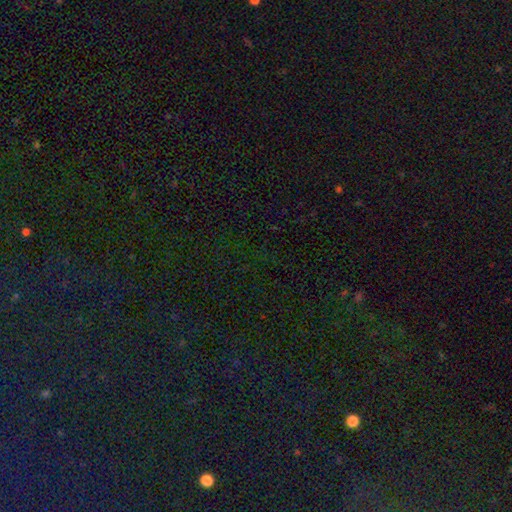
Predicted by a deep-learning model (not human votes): This appears to be a star or artifact, not a galaxy (81%).